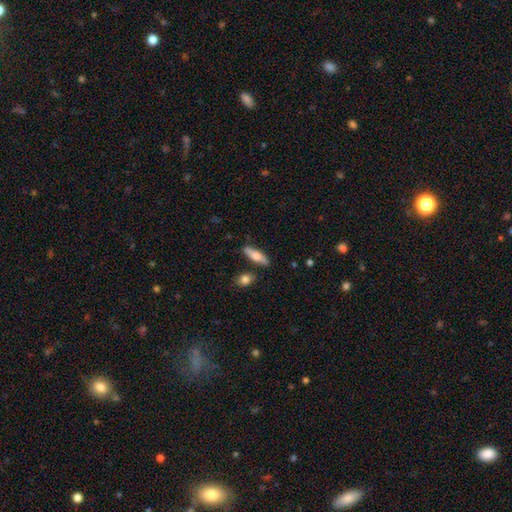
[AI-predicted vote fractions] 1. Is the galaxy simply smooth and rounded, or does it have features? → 65% smooth, 29% featured or disk, 6% star or artifact.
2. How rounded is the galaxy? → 57% cigar-shaped, 41% in between, 2% round.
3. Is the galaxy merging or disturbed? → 81% none, 12% minor disturbance, 5% merger, 3% major disturbance.